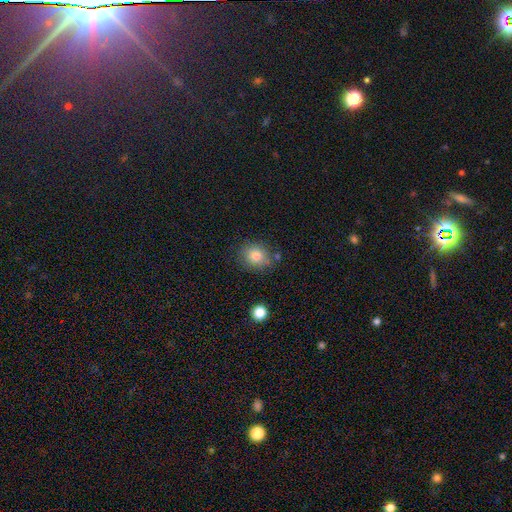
smooth-or-featured: smooth: 97% | star or artifact: 3% | featured or disk: 0%
  how-rounded: round: 86% | in between: 14% | cigar-shaped: 0%
  merging: none: 73% | minor disturbance: 22% | major disturbance: 3% | merger: 3%